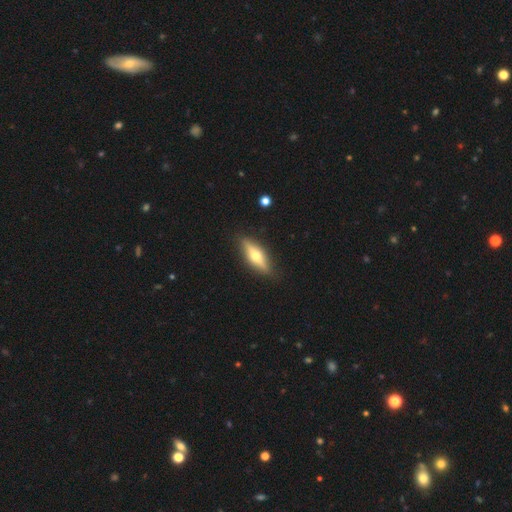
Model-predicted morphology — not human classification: smooth_or_featured: featured or disk (p=0.52) [alt: smooth p=0.42]
disk_edge_on: yes (p=0.90) [alt: no p=0.10]
merging: none (p=0.88) [alt: minor disturbance p=0.09]